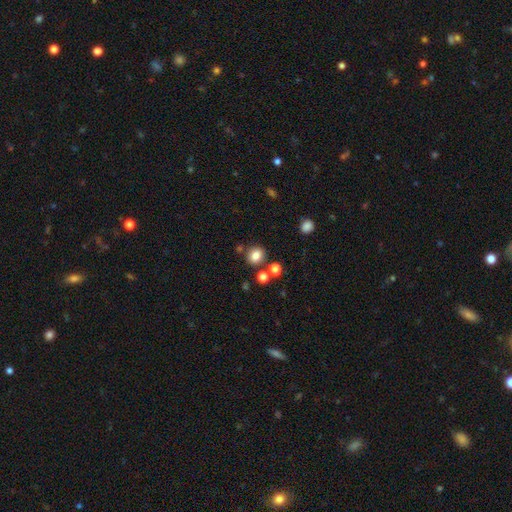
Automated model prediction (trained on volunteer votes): smooth_or_featured: smooth (p=0.80) [alt: star or artifact p=0.13]
how_rounded: round (p=0.76) [alt: in between p=0.23]
merging: none (p=0.78) [alt: minor disturbance p=0.10]